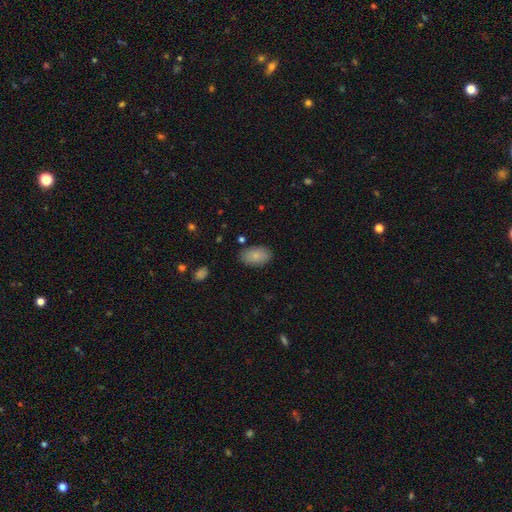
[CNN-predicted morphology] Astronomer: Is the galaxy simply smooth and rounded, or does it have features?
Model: smooth — 82%.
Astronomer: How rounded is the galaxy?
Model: in between — 92%.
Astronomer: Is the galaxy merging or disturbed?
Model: none — 84%.